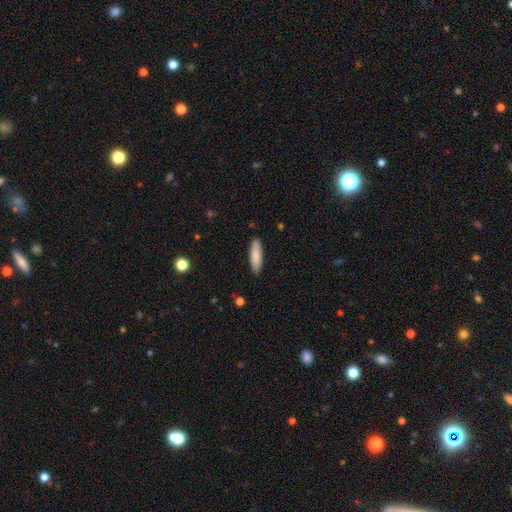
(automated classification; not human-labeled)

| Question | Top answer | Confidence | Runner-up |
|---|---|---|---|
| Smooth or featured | smooth | 86% | featured or disk (9%) |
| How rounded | cigar-shaped | 64% | in between (34%) |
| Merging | none | 89% | minor disturbance (8%) |